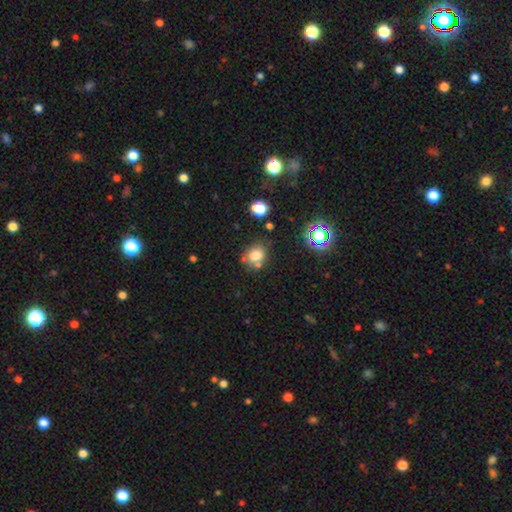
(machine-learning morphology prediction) Smooth or featured?
  - smooth: 73% *
  - star or artifact: 16%
  - featured or disk: 10%
How rounded?
  - round: 67% *
  - in between: 32%
  - cigar-shaped: 1%
Merging?
  - none: 63% *
  - minor disturbance: 16%
  - merger: 16%
  - major disturbance: 5%